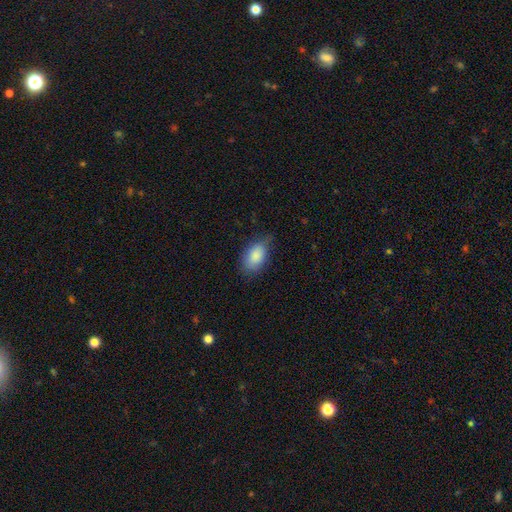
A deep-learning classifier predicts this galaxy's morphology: Smooth or featured?
  - smooth: 85% *
  - featured or disk: 8%
  - star or artifact: 7%
How rounded?
  - in between: 92% *
  - round: 6%
  - cigar-shaped: 2%
Merging?
  - none: 66% *
  - minor disturbance: 26%
  - major disturbance: 6%
  - merger: 1%